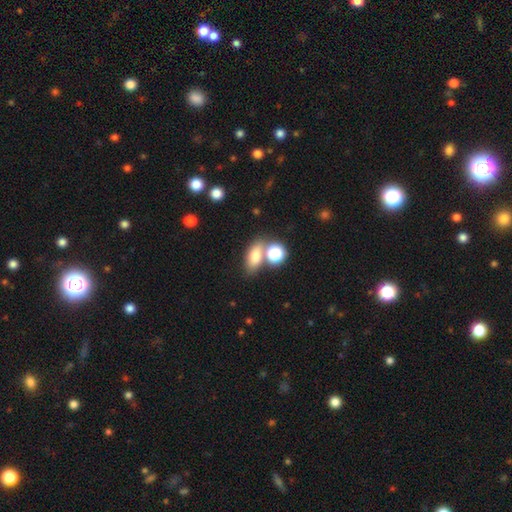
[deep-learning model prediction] A smooth galaxy with no disk features (75%) that is in between round and cigar-shaped (75%).

Vote fractions:
- Smooth or featured? smooth: 75% / star or artifact: 13% / featured or disk: 12%
- How rounded? in between: 75% / round: 17% / cigar-shaped: 9%
- Merging? none: 55% / merger: 27% / minor disturbance: 12% / major disturbance: 5%